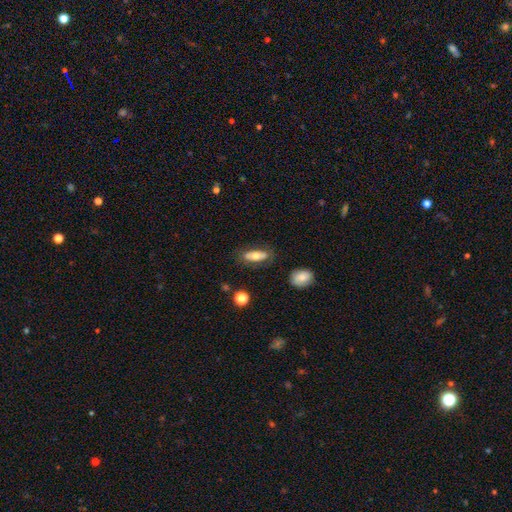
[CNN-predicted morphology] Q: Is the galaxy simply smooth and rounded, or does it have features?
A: smooth — 60%.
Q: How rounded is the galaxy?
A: in between — 72%.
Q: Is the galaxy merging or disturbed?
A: none — 73%.